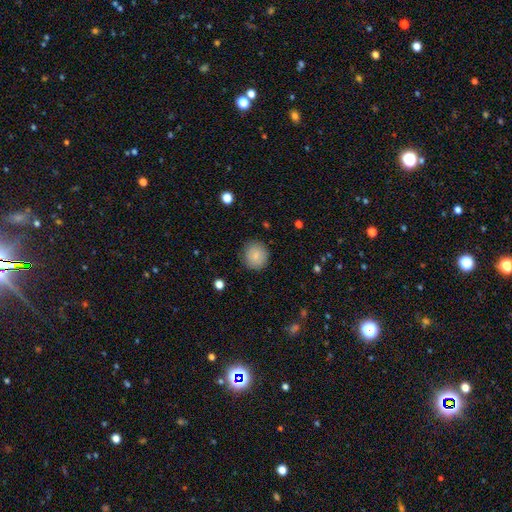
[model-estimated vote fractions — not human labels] Morphology: type=smooth (86%); roundness=round (89%); merging=none (86%).